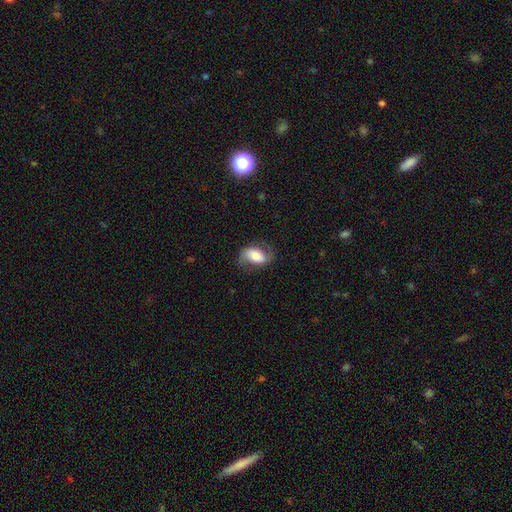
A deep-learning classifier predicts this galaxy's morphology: Smooth or featured? featured or disk (57%)
Edge-on disk? no (95%)
Bar? no (38%)
Spiral arms? yes (86%)
Bulge size? moderate (46%)
Merging? none (72%)